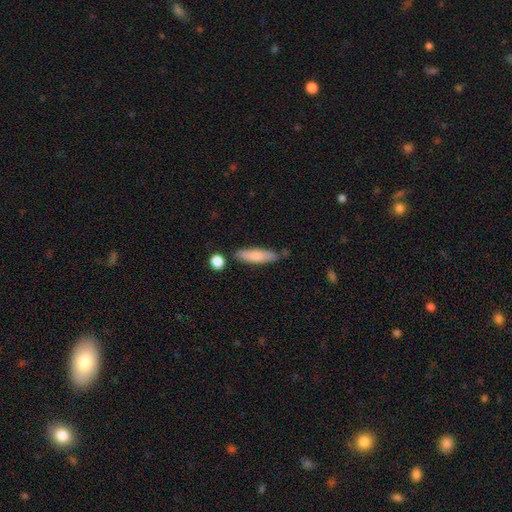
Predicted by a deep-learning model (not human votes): Morphology: type=smooth (77%); roundness=cigar-shaped (63%); merging=none (71%).